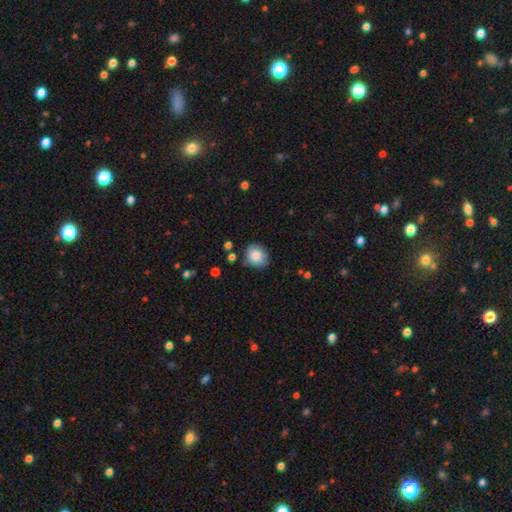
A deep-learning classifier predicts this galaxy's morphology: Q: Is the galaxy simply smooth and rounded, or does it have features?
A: smooth — 86%.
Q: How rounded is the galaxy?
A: round — 62%.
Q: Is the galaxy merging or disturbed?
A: none — 81%.